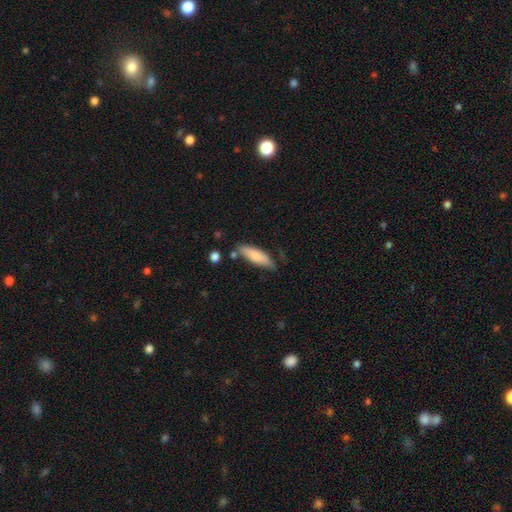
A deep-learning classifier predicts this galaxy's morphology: Smooth or featured: smooth — 77% (featured or disk — 18%)
How rounded: cigar-shaped — 53% (in between — 45%)
Merging: none — 70% (minor disturbance — 21%)